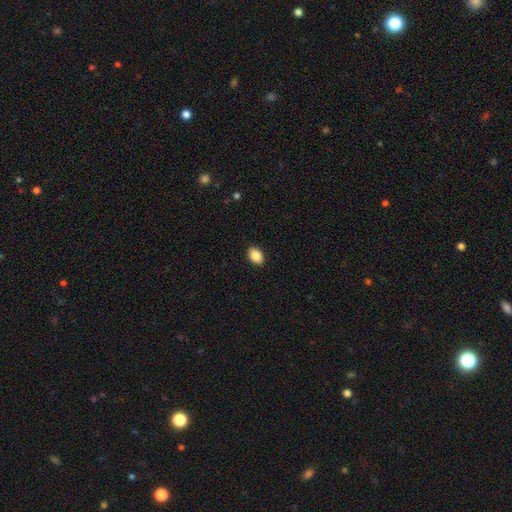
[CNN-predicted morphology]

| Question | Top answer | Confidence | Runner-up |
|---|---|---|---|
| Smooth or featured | smooth | 86% | star or artifact (8%) |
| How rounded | in between | 81% | round (18%) |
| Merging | none | 90% | minor disturbance (7%) |